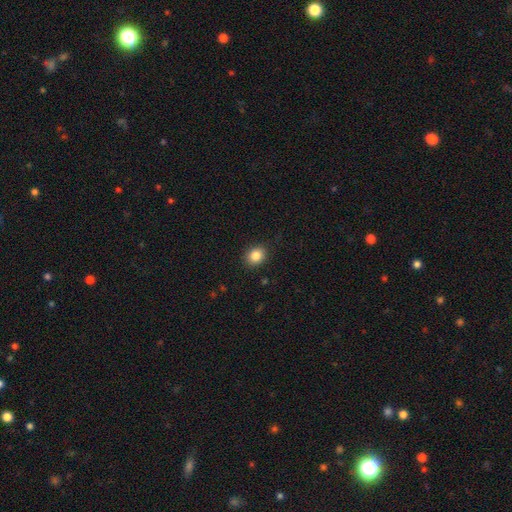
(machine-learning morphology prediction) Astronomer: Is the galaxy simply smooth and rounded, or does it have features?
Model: smooth — 84%.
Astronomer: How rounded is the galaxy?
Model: round — 61% (runner-up: in between, 39%).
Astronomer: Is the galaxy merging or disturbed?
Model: none — 87%.